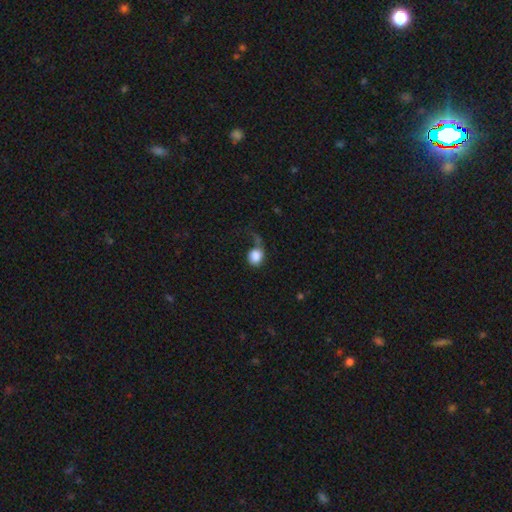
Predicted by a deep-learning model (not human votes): smooth-or-featured: smooth: 83% | featured or disk: 9% | star or artifact: 8%
  how-rounded: round: 65% | in between: 33% | cigar-shaped: 1%
  merging: major disturbance: 37% | none: 31% | minor disturbance: 22% | merger: 10%